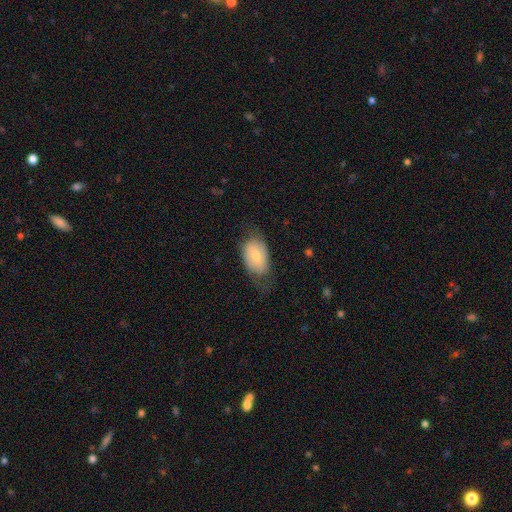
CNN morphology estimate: Smooth or featured? Predicted: smooth (p=0.54). How rounded? Predicted: in between (p=0.89). Merging? Predicted: none (p=0.58).